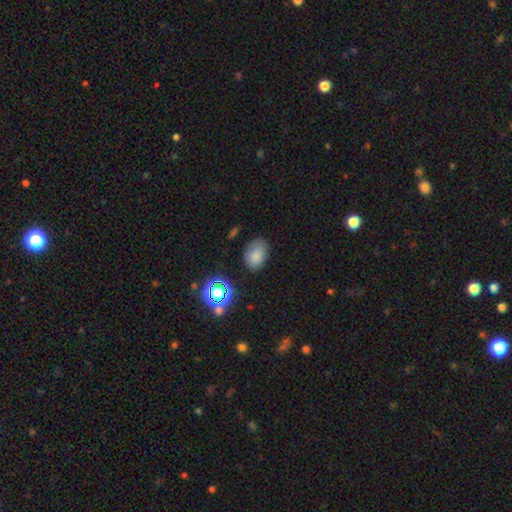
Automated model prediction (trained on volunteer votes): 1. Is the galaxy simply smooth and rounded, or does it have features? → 79% smooth, 14% star or artifact, 8% featured or disk.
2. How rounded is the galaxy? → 77% in between, 22% round, 1% cigar-shaped.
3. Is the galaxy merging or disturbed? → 71% none, 20% minor disturbance, 5% major disturbance, 3% merger.